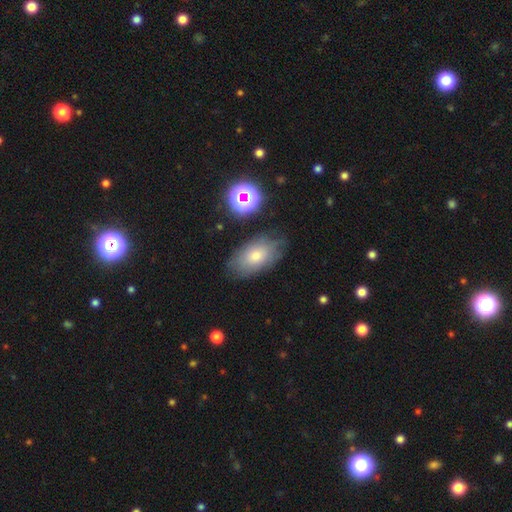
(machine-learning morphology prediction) This appears to be a smooth galaxy with no disk features (63%) that is in between round and cigar-shaped (90%). Merging: none (73%).